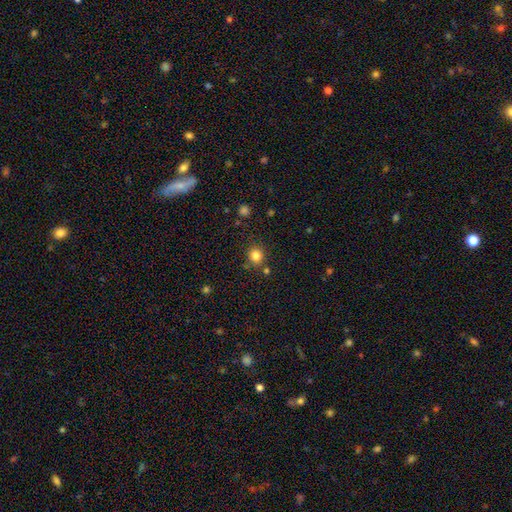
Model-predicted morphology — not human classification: type=smooth (82%); roundness=round (84%); merging=none (80%).